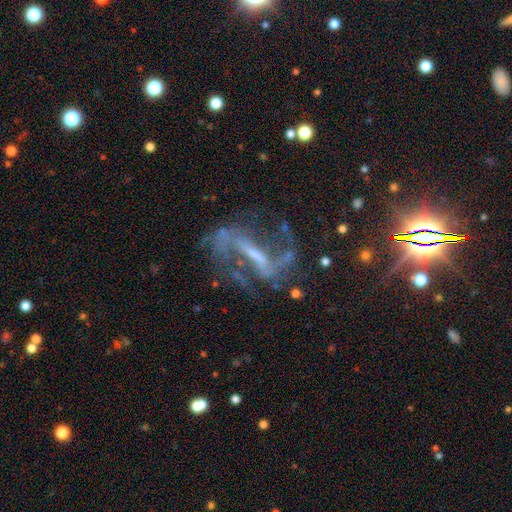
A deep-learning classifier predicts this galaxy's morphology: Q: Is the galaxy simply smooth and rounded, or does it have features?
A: featured or disk — 80%.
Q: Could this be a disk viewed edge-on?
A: no — 88%.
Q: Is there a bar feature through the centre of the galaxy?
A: strong — 65%.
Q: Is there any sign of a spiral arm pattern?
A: yes — 91%.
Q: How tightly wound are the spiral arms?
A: loose — 52%.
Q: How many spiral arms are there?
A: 2 — 78%.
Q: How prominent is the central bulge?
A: small — 48%.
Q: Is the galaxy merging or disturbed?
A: none — 57%.